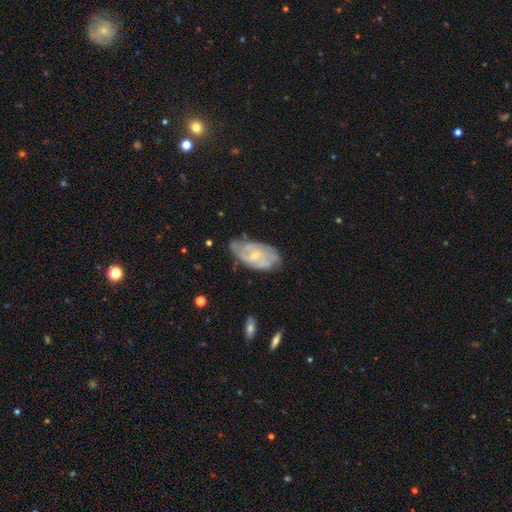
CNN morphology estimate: Smooth or featured? Predicted: featured or disk (p=0.70). Edge-on disk? Predicted: no (p=0.95). Bar? Predicted: no (p=0.58). Spiral arms? Predicted: yes (p=0.77). Spiral winding? Predicted: tight (p=0.45). Spiral arm count? Predicted: can't tell (p=0.47). Bulge size? Predicted: small (p=0.64). Merging? Predicted: none (p=0.58).